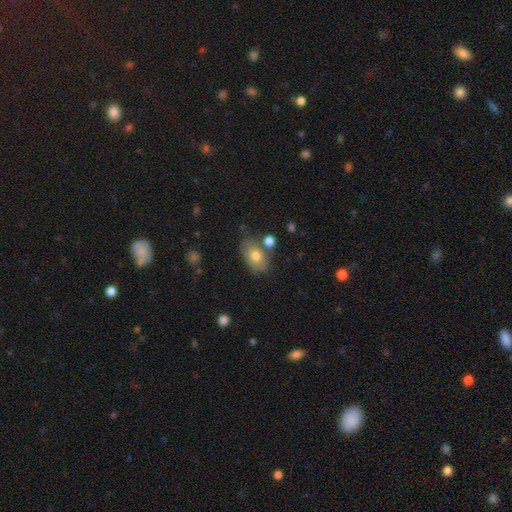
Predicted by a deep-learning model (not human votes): The model was most divided on "merging": none: 62%, minor disturbance: 20%, merger: 12%, major disturbance: 6%. More confident: how rounded — in between (85%); smooth or featured — smooth (72%).